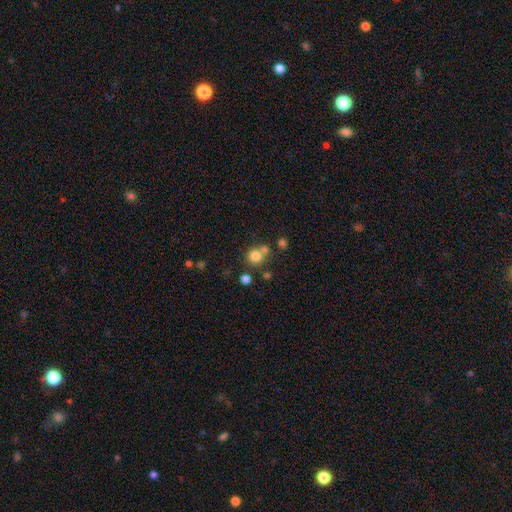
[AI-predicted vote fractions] Q: Smooth or featured?
A: smooth (78%); runner-up: star or artifact (13%)
Q: How rounded?
A: round (87%); runner-up: in between (12%)
Q: Merging?
A: none (60%); runner-up: merger (27%)